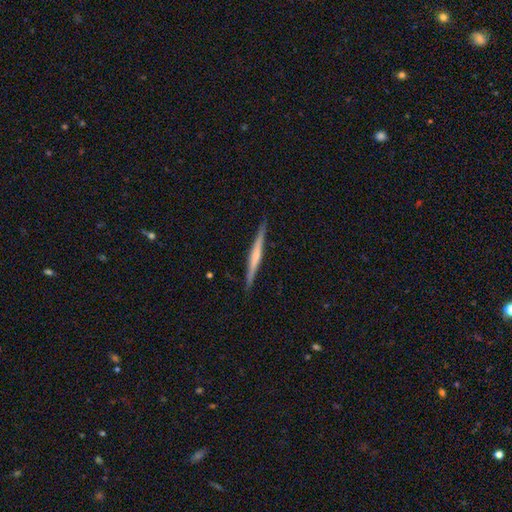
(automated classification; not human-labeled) This is likely a featured or disk galaxy (64%). It is clearly viewed edge-on (98%). Edge-on bulge: marginally none (44%). Merging: clearly none (90%).